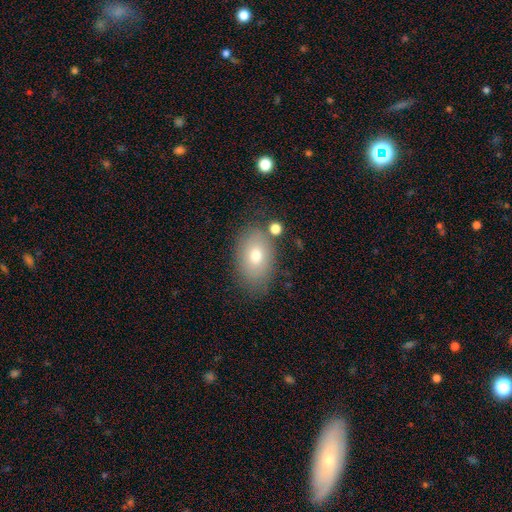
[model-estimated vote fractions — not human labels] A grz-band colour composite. It shows a smooth galaxy with no disk features (72%) that is in between round and cigar-shaped (86%). Merging: none (74%).